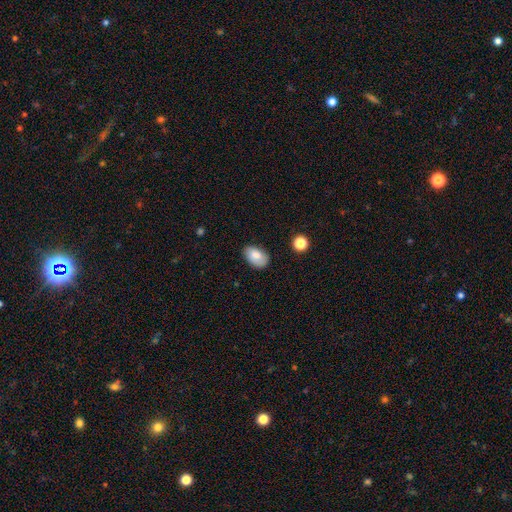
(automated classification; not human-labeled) Morphology: type=smooth (80%); roundness=in between (89%); merging=none (76%).